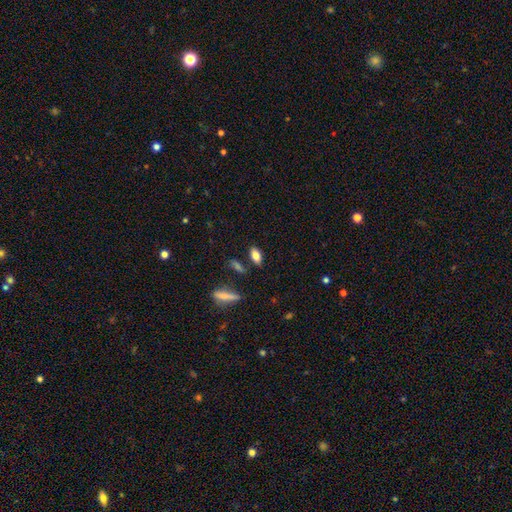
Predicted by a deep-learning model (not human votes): smooth-or-featured: smooth: 77% | featured or disk: 14% | star or artifact: 8%
  how-rounded: in between: 85% | cigar-shaped: 11% | round: 4%
  merging: none: 81% | minor disturbance: 12% | merger: 5% | major disturbance: 3%